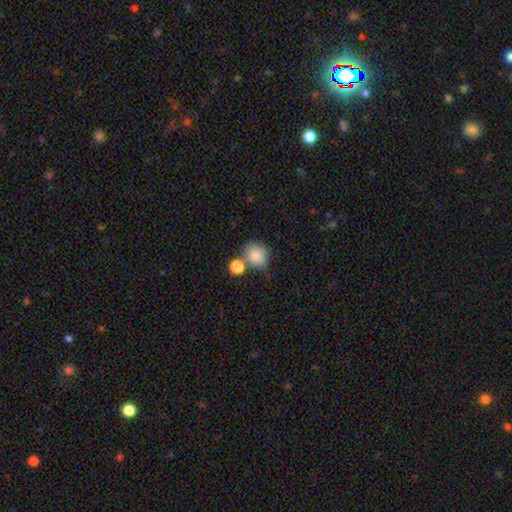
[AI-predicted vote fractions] smooth-or-featured: smooth: 83% | star or artifact: 9% | featured or disk: 7%
  how-rounded: round: 80% | in between: 19% | cigar-shaped: 1%
  merging: none: 56% | merger: 24% | minor disturbance: 15% | major disturbance: 5%